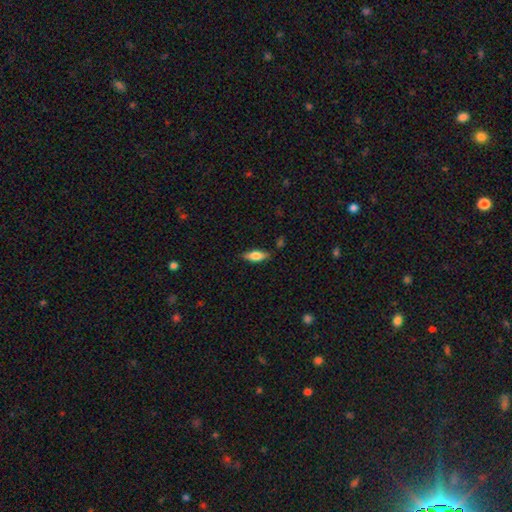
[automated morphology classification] This is likely a smooth galaxy (69%). How rounded: likely in between (69%). Merging: clearly none (83%).